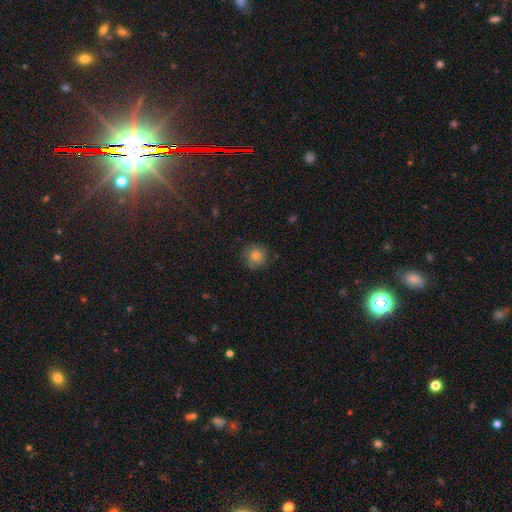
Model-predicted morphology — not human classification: Overall: smooth (78%). How rounded: round (93%). Merging: none (85%).